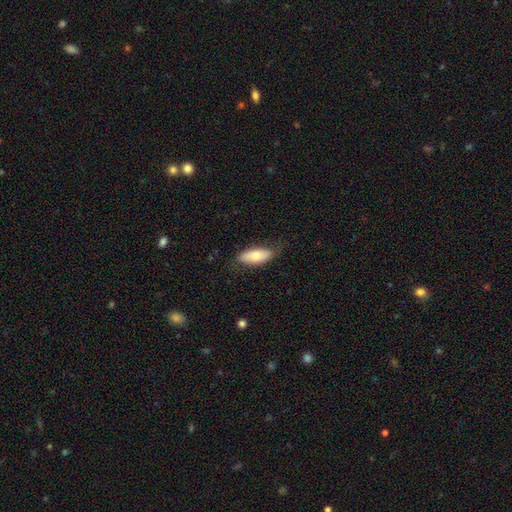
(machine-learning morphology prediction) smooth 70%, featured or disk 25%, star or artifact 6%. Down the decision tree: how rounded — in between (80%); merging — none (77%).